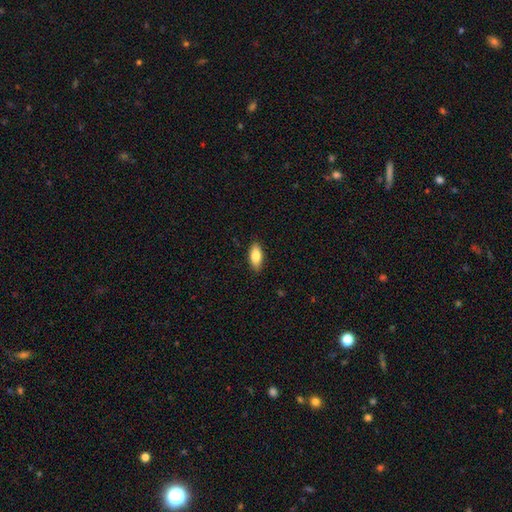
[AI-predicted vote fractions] A smooth galaxy with no disk features (84%) that is in between round and cigar-shaped (85%).

Vote fractions:
- Smooth or featured? smooth: 84% / featured or disk: 9% / star or artifact: 6%
- How rounded? in between: 85% / cigar-shaped: 13% / round: 2%
- Merging? none: 87% / minor disturbance: 10% / major disturbance: 2% / merger: 1%